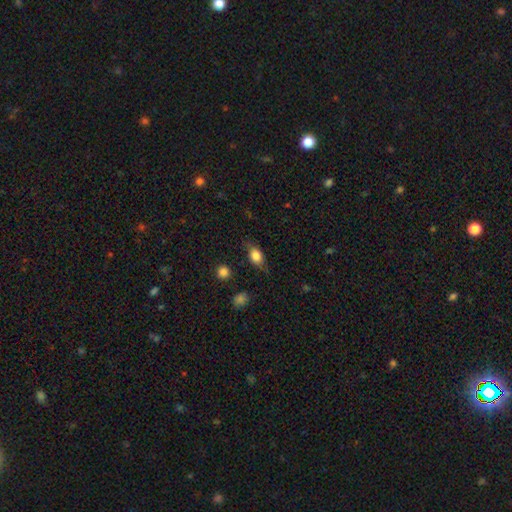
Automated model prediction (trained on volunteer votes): This is likely a smooth galaxy (77%). How rounded: likely in between (77%). Merging: likely none (72%).